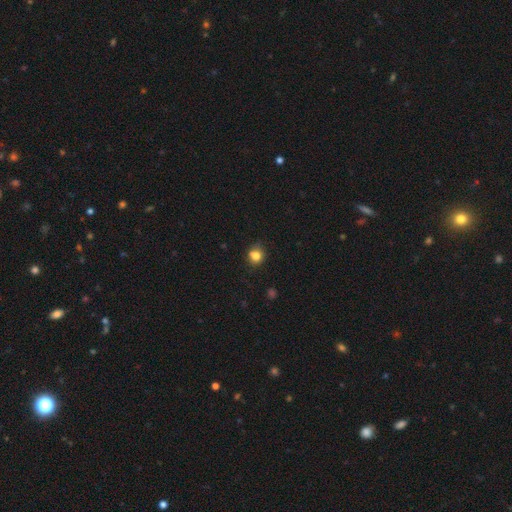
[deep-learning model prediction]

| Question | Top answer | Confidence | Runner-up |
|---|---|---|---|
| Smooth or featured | smooth | 79% | star or artifact (12%) |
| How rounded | round | 75% | in between (24%) |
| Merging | none | 65% | minor disturbance (22%) |